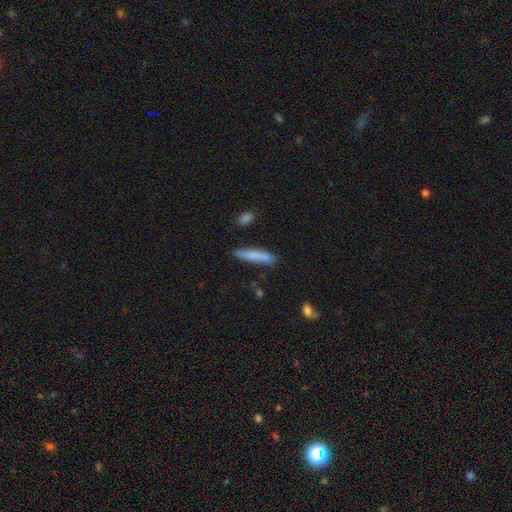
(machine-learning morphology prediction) Smooth or featured? smooth (79%)
How rounded? cigar-shaped (88%)
Merging? none (80%)